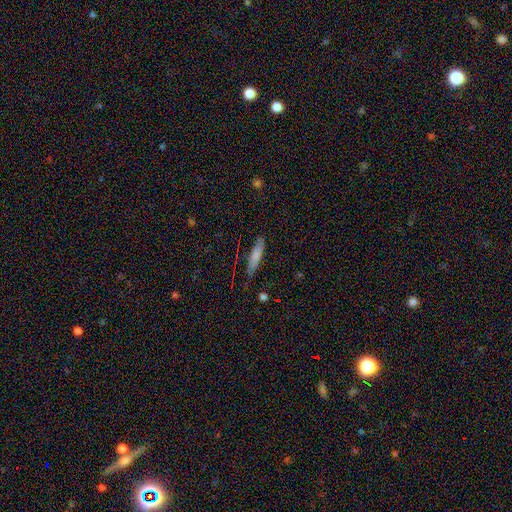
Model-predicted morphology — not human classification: This is likely a smooth galaxy (75%). How rounded: likely cigar-shaped (74%). Merging: likely none (70%).